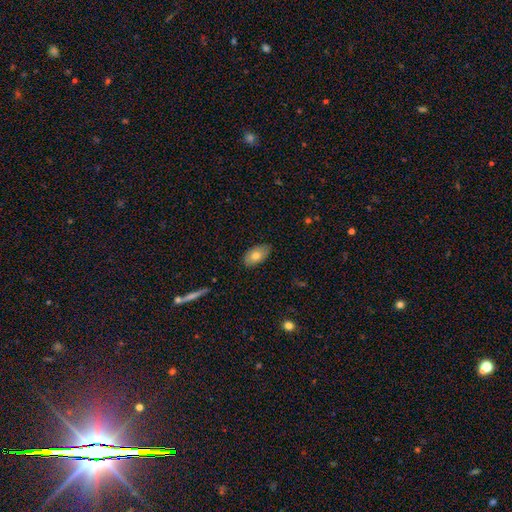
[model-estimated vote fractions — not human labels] Q: Smooth or featured?
A: smooth (72%); runner-up: featured or disk (21%)
Q: How rounded?
A: in between (93%); runner-up: round (5%)
Q: Merging?
A: none (81%); runner-up: minor disturbance (16%)